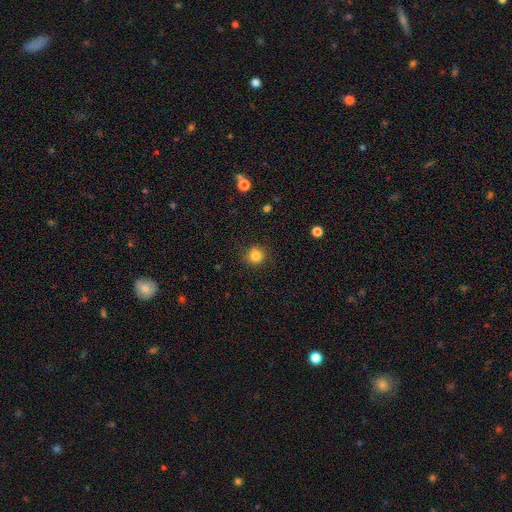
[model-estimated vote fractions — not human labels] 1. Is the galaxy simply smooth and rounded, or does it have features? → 83% smooth, 12% star or artifact, 5% featured or disk.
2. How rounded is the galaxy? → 92% round, 7% in between, 1% cigar-shaped.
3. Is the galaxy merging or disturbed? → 88% none, 8% minor disturbance, 3% major disturbance, 1% merger.